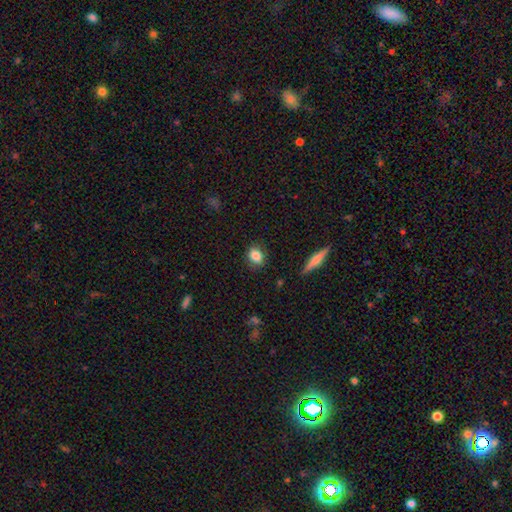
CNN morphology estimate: Smooth or featured? smooth (84%)
How rounded? in between (54%)
Merging? none (84%)